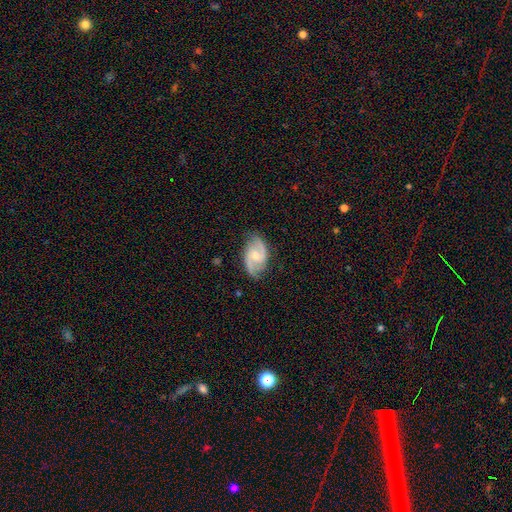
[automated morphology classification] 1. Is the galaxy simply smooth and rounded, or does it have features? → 83% featured or disk, 12% smooth, 5% star or artifact.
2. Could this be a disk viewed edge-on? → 97% no, 3% yes.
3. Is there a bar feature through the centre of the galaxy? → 48% weak, 43% no, 9% strong.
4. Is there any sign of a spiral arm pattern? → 96% yes, 4% no.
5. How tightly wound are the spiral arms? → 53% medium, 26% loose, 21% tight.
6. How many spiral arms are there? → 90% 2, 4% can't tell, 2% 3, 2% 1, 1% 4, 1% more than 4.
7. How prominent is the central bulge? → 53% moderate, 40% small, 4% none, 3% large, 1% dominant.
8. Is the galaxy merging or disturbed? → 78% none, 16% minor disturbance, 4% major disturbance, 1% merger.